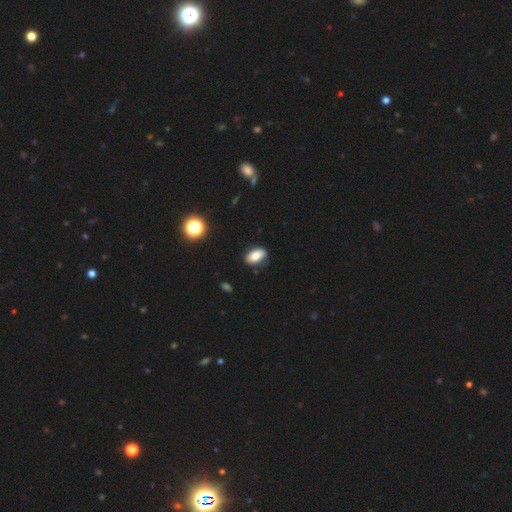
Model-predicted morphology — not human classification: Smooth or featured? Predicted: smooth (p=0.83). How rounded? Predicted: in between (p=0.89). Merging? Predicted: none (p=0.83).